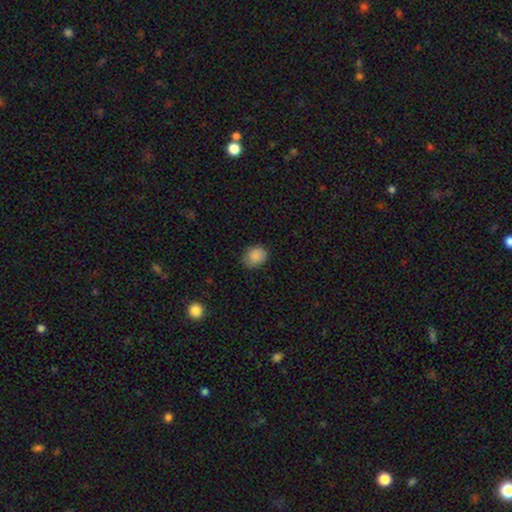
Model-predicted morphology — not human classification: type=smooth (87%); roundness=round (50%); merging=none (78%).